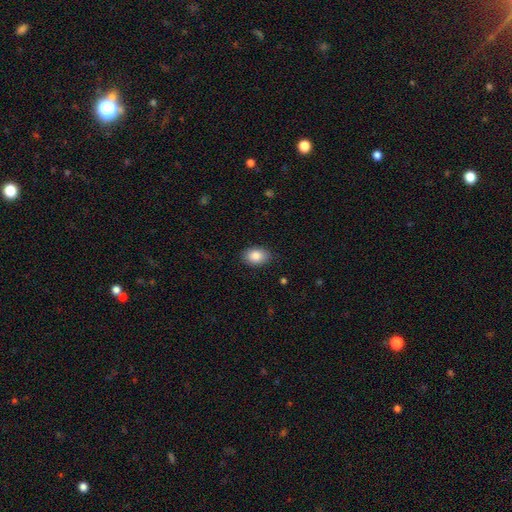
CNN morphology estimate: Smooth or featured: smooth — 86% (star or artifact — 7%)
How rounded: in between — 80% (round — 19%)
Merging: none — 86% (minor disturbance — 11%)